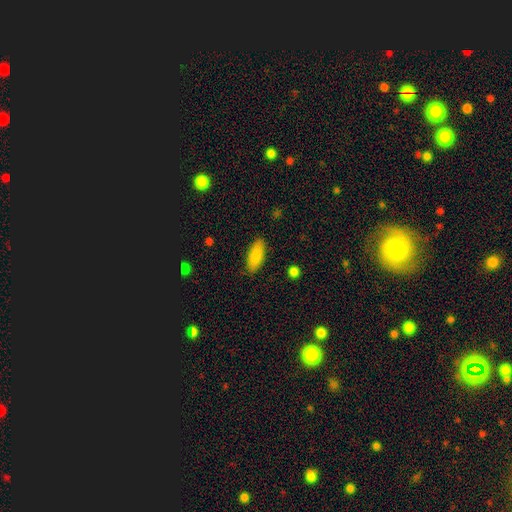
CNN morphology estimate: A smooth galaxy with no disk features (88%) that is in between round and cigar-shaped (77%).

Vote fractions:
- Smooth or featured? smooth: 88% / star or artifact: 6% / featured or disk: 6%
- How rounded? in between: 77% / cigar-shaped: 21% / round: 2%
- Merging? none: 87% / minor disturbance: 10% / major disturbance: 2% / merger: 1%